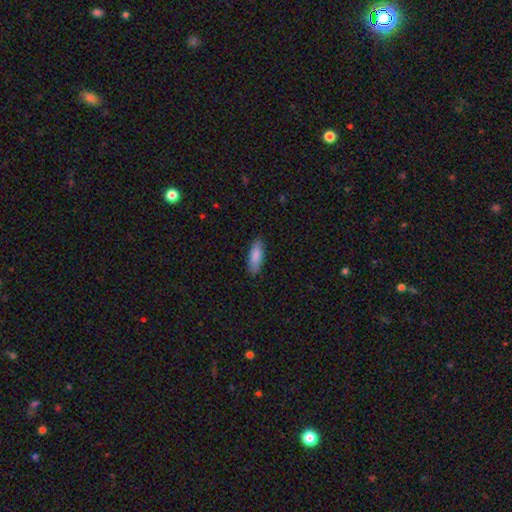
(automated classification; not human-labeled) The model was most divided on "how rounded": in between: 68%, cigar-shaped: 30%, round: 2%. More confident: smooth or featured — smooth (86%); merging — none (85%).